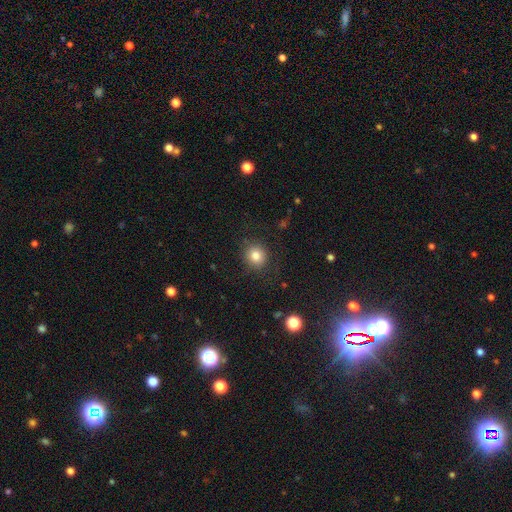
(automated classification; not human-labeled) smooth-or-featured: smooth: 82% | star or artifact: 11% | featured or disk: 7%
  how-rounded: round: 87% | in between: 12% | cigar-shaped: 1%
  merging: none: 85% | minor disturbance: 10% | major disturbance: 4% | merger: 1%